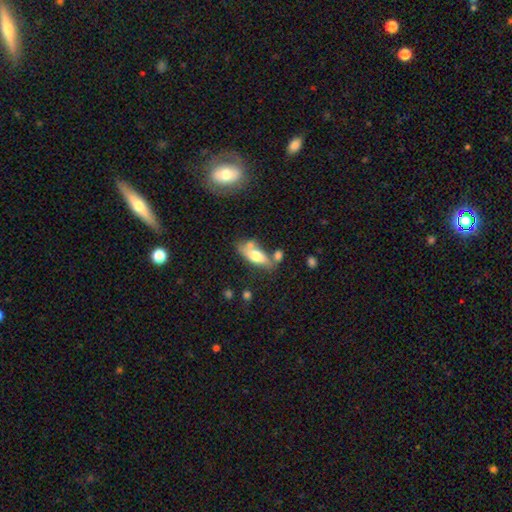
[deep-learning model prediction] A smooth galaxy with no disk features (62%) that is in between round and cigar-shaped (73%). Merging: none (43%).